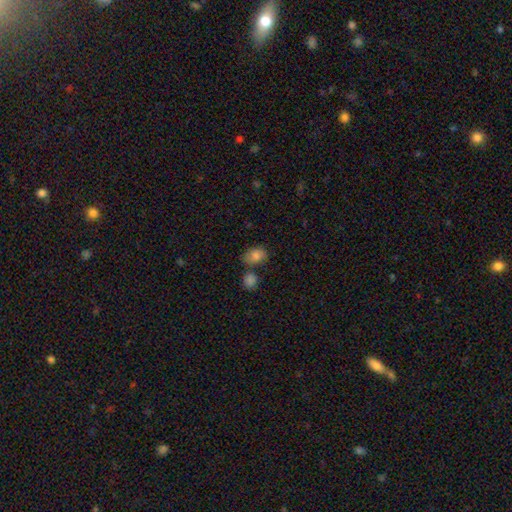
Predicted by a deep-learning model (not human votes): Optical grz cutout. It shows a smooth galaxy with no disk features (79%) that is in between round and cigar-shaped (70%). Merging: none (58%).